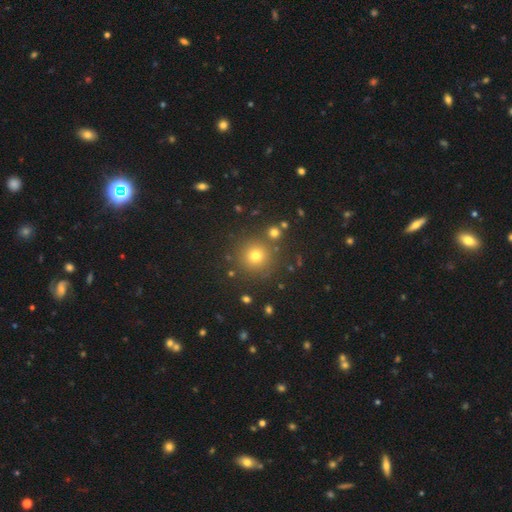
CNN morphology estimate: A smooth galaxy with no disk features (72%) that is round (94%). Merging: none (85%).